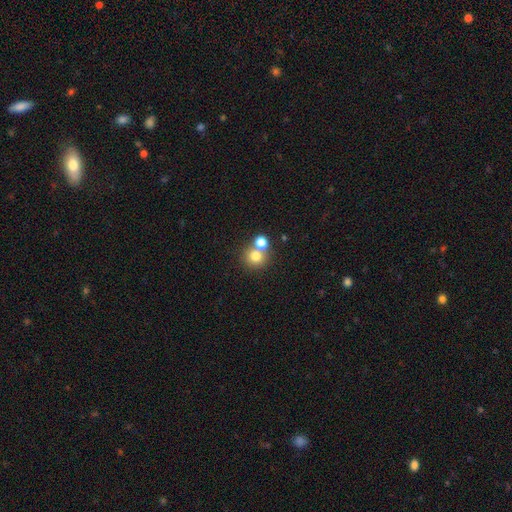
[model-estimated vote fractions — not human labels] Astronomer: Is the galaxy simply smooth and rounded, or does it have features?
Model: smooth — 77%.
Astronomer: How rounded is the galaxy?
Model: round — 88%.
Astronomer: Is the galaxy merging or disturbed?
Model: none — 52% (runner-up: merger, 39%).